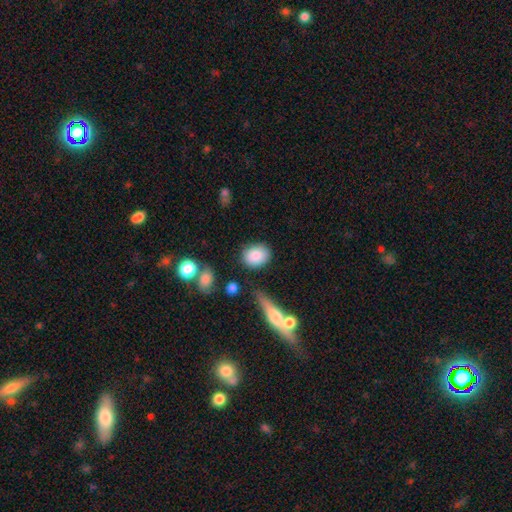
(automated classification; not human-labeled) The model was most divided on "how rounded": in between: 52%, round: 46%, cigar-shaped: 2%. More confident: smooth or featured — smooth (86%); merging — none (78%).